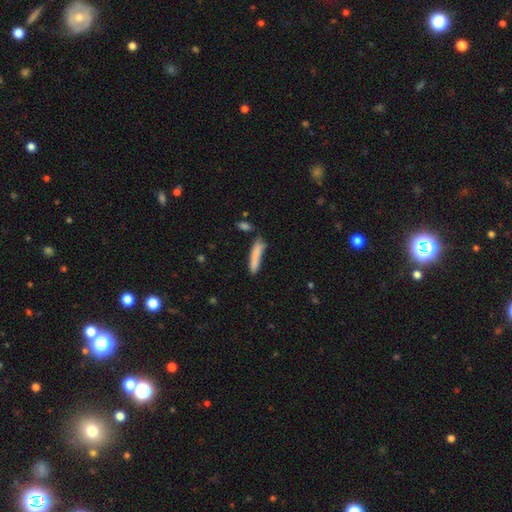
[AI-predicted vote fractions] smooth 81%, featured or disk 13%, star or artifact 7%. Down the decision tree: how rounded — cigar-shaped (85%); merging — none (58%).